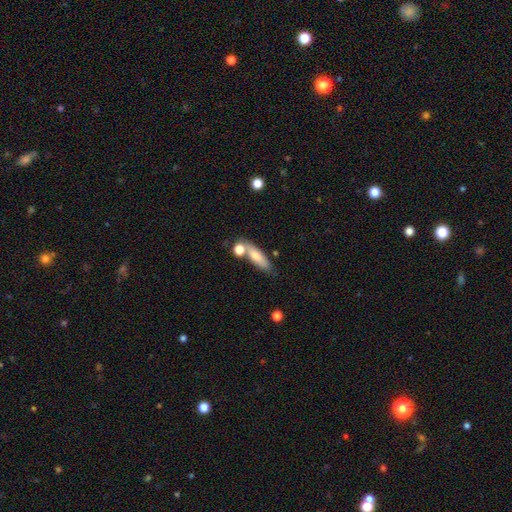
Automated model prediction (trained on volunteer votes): A smooth galaxy with no disk features (73%) that is cigar-shaped (53%). Merging: none (60%).